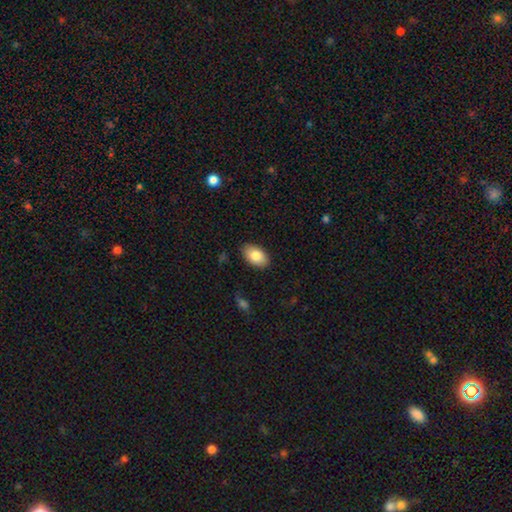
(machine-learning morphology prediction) A smooth galaxy with no disk features (84%) that is in between round and cigar-shaped (93%).

Vote fractions:
- Smooth or featured? smooth: 84% / featured or disk: 9% / star or artifact: 6%
- How rounded? in between: 93% / round: 5% / cigar-shaped: 1%
- Merging? none: 87% / minor disturbance: 10% / major disturbance: 2% / merger: 1%